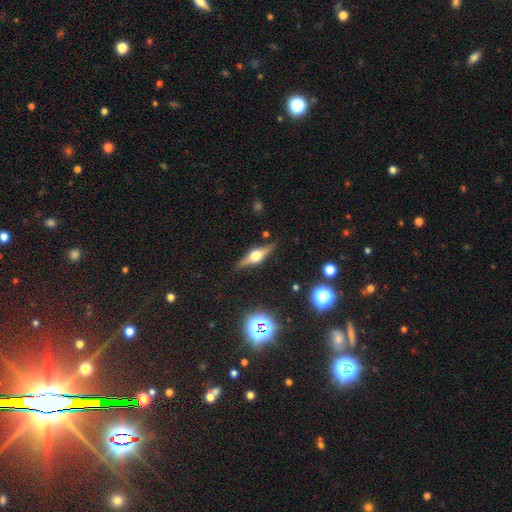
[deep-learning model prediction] Q: Smooth or featured?
A: featured or disk (76%); runner-up: smooth (16%)
Q: Edge-on disk?
A: yes (97%); runner-up: no (3%)
Q: Edge-on bulge?
A: rounded (93%); runner-up: boxy (6%)
Q: Merging?
A: none (88%); runner-up: minor disturbance (8%)